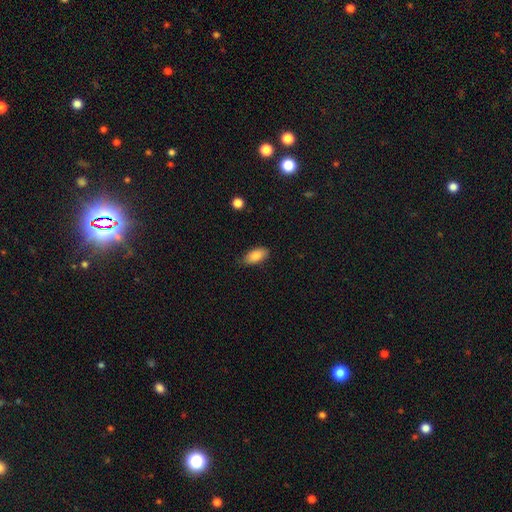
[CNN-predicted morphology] Smooth or featured?
  - smooth: 86% *
  - featured or disk: 7%
  - star or artifact: 7%
How rounded?
  - in between: 91% *
  - cigar-shaped: 7%
  - round: 2%
Merging?
  - none: 80% *
  - minor disturbance: 16%
  - major disturbance: 3%
  - merger: 1%